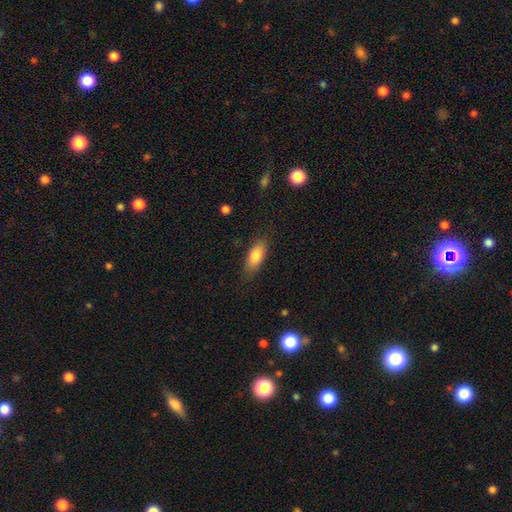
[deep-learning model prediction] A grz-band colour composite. It shows a smooth galaxy with no disk features (82%) that is in between round and cigar-shaped (79%). Merging: none (82%).